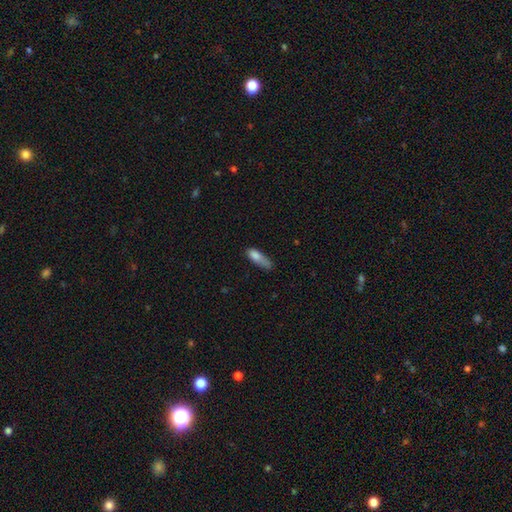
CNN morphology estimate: This appears to be a smooth galaxy with no disk features (79%) that is in between round and cigar-shaped (51%). Merging: none (38%).